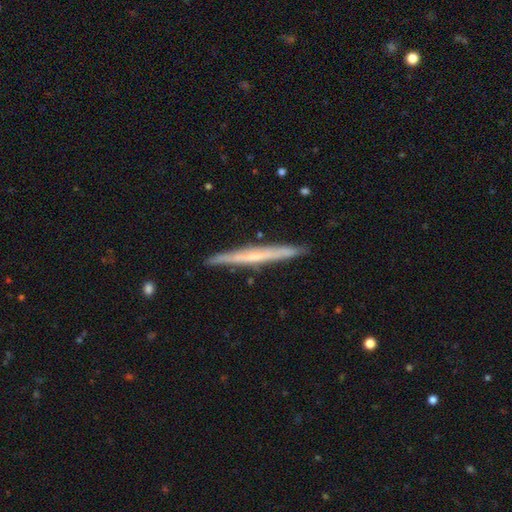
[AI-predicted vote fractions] Q: Smooth or featured?
A: featured or disk (61%); runner-up: smooth (33%)
Q: Edge-on disk?
A: yes (96%); runner-up: no (4%)
Q: Edge-on bulge?
A: none (64%); runner-up: rounded (30%)
Q: Merging?
A: none (90%); runner-up: minor disturbance (8%)